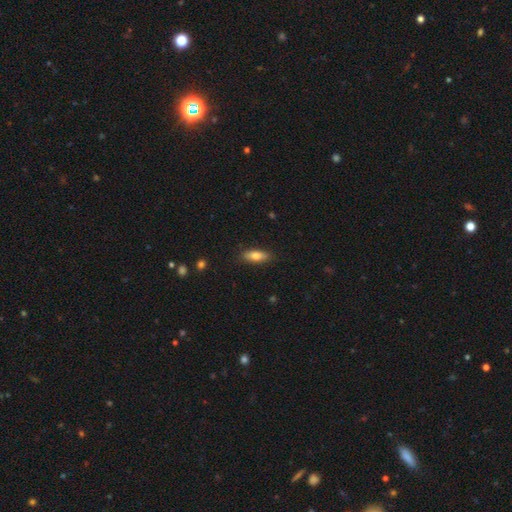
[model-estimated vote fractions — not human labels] smooth-or-featured: smooth: 76% | featured or disk: 18% | star or artifact: 7%
  how-rounded: in between: 66% | cigar-shaped: 31% | round: 3%
  merging: none: 86% | minor disturbance: 10% | major disturbance: 2% | merger: 1%